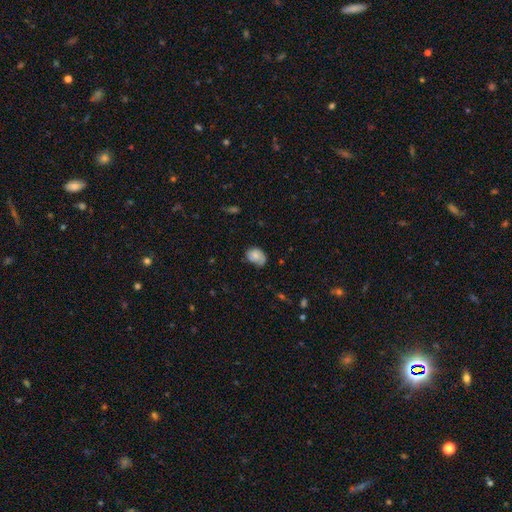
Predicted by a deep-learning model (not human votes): This is likely a smooth galaxy (70%). How rounded: likely in between (70%). Merging: possibly none (47%).